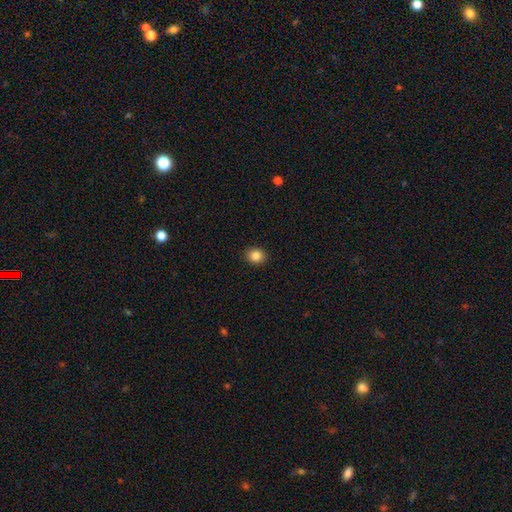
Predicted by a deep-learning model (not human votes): Smooth or featured? smooth (85%)
How rounded? round (66%)
Merging? none (91%)